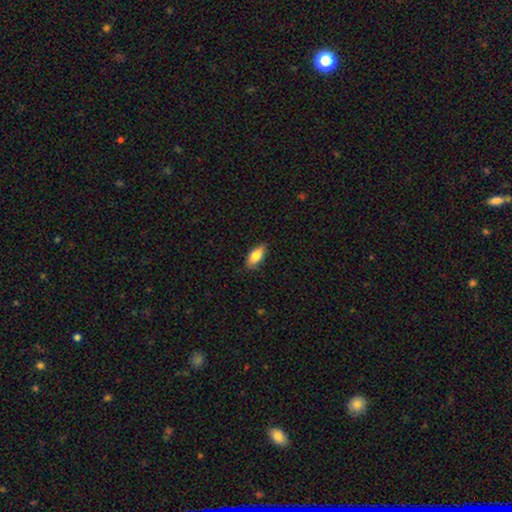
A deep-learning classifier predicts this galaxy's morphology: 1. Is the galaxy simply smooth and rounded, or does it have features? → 81% smooth, 12% featured or disk, 7% star or artifact.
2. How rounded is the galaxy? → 85% in between, 12% cigar-shaped, 3% round.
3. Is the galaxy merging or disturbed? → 83% none, 13% minor disturbance, 2% major disturbance, 1% merger.